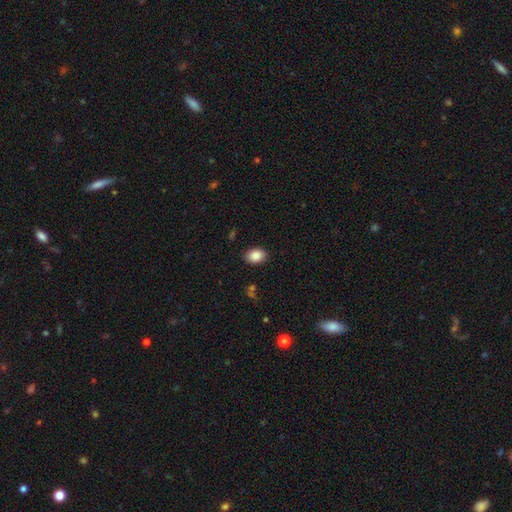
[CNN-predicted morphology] Smooth or featured? Predicted: smooth (p=0.87). How rounded? Predicted: in between (p=0.76). Merging? Predicted: none (p=0.88).